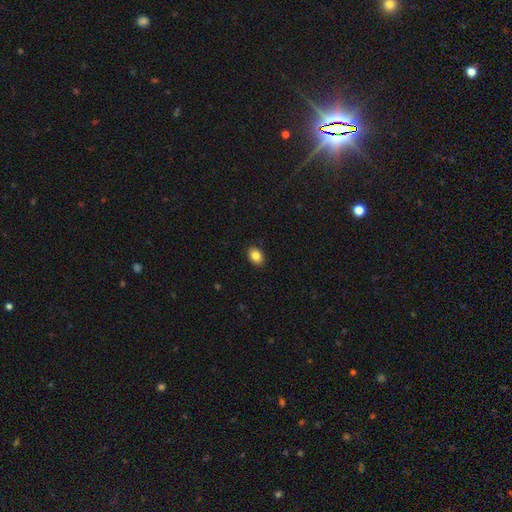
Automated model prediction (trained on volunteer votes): smooth_or_featured: smooth (p=0.85) [alt: star or artifact p=0.09]
how_rounded: in between (p=0.76) [alt: round p=0.23]
merging: none (p=0.90) [alt: minor disturbance p=0.07]